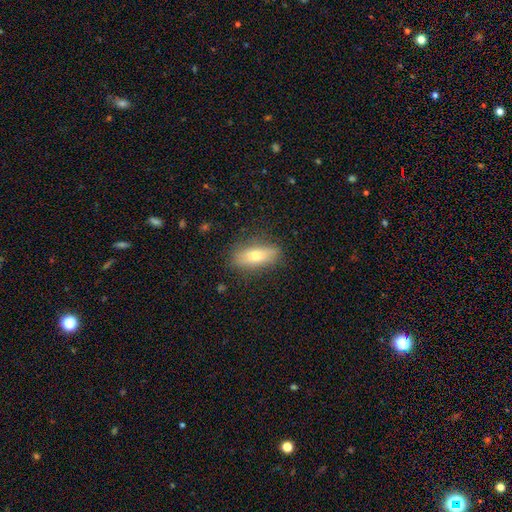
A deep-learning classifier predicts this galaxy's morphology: The model was most divided on "how rounded": in between: 67%, cigar-shaped: 29%, round: 4%. More confident: merging — none (84%); smooth or featured — smooth (66%).